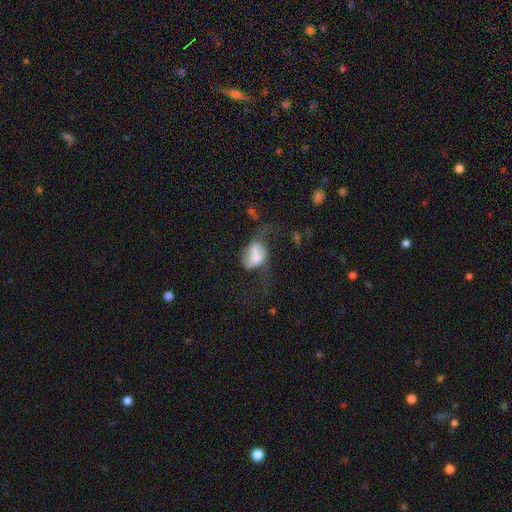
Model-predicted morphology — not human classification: A smooth galaxy with no disk features (48%).

Vote fractions:
- Smooth or featured? smooth: 48% / featured or disk: 42% / star or artifact: 10%
- Merging? merger: 36% / major disturbance: 33% / none: 18% / minor disturbance: 14%